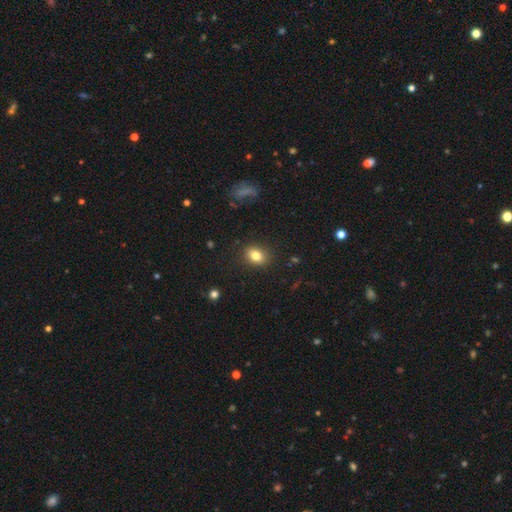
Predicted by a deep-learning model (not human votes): smooth-or-featured: smooth: 81% | star or artifact: 11% | featured or disk: 9%
  how-rounded: in between: 61% | round: 37% | cigar-shaped: 1%
  merging: none: 87% | minor disturbance: 9% | major disturbance: 3% | merger: 1%